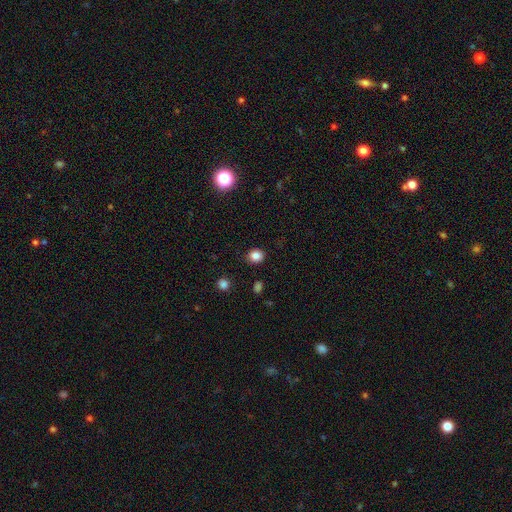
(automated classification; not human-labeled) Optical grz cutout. It shows a smooth galaxy with no disk features (84%) that is round (72%). Merging: none (89%).